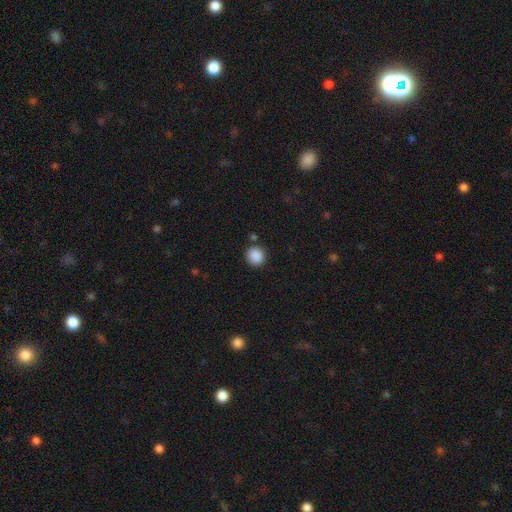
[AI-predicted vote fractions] A smooth galaxy with no disk features (88%) that is round (87%). Merging: none (84%).